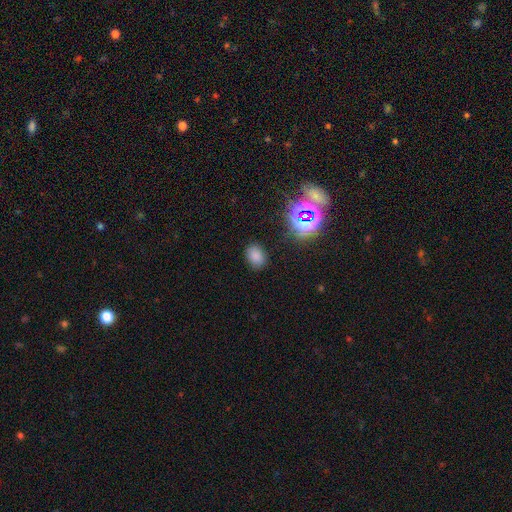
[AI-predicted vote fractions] Smooth or featured? smooth (76%)
How rounded? in between (73%)
Merging? none (84%)